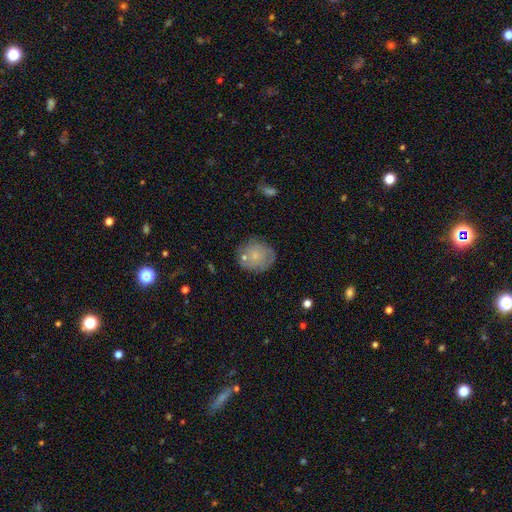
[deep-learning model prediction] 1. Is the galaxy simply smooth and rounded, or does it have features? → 64% smooth, 28% featured or disk, 8% star or artifact.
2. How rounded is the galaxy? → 81% round, 18% in between, 1% cigar-shaped.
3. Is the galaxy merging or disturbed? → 65% none, 20% minor disturbance, 9% merger, 6% major disturbance.